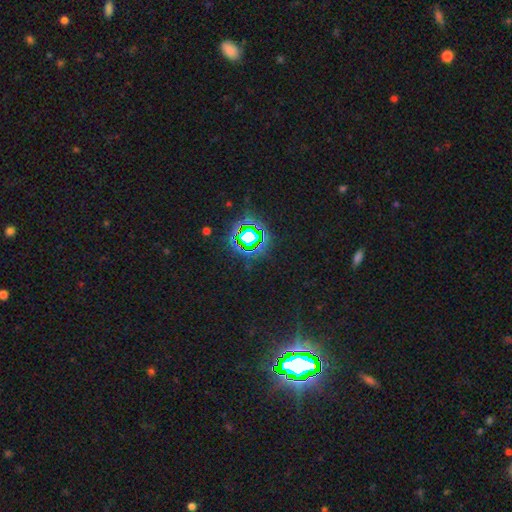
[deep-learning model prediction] Overall: star or artifact (84%).